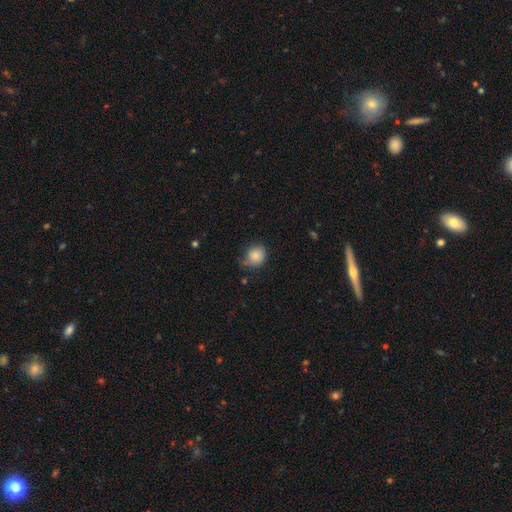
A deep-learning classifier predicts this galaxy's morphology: Q: Smooth or featured?
A: smooth (84%); runner-up: star or artifact (9%)
Q: How rounded?
A: round (79%); runner-up: in between (20%)
Q: Merging?
A: none (66%); runner-up: minor disturbance (25%)